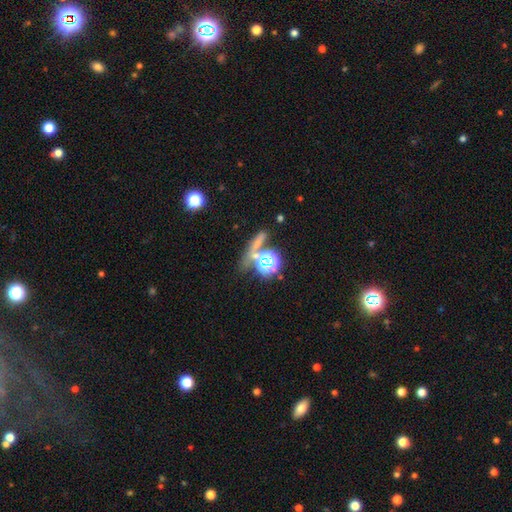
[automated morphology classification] Smooth or featured? star or artifact (41%)